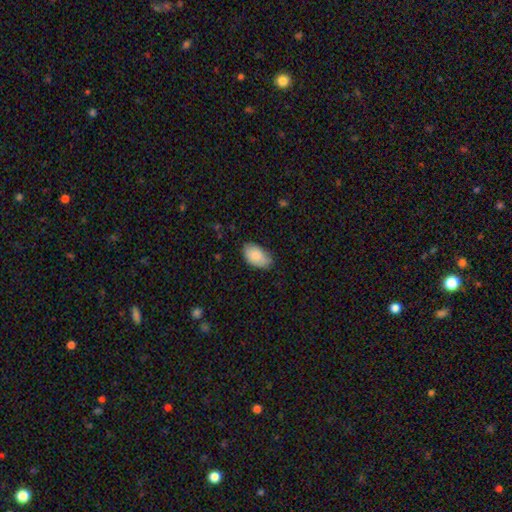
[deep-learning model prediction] smooth_or_featured: smooth (p=0.86) [alt: featured or disk p=0.08]
how_rounded: in between (p=0.94) [alt: round p=0.05]
merging: none (p=0.69) [alt: minor disturbance p=0.26]